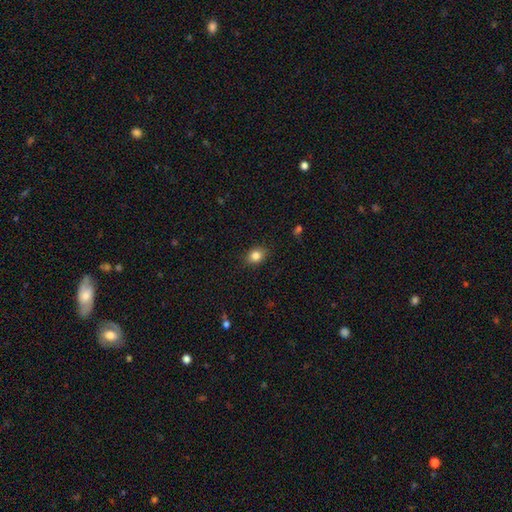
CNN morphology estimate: This is clearly a smooth galaxy (84%). How rounded: possibly in between (56%). Merging: clearly none (86%).